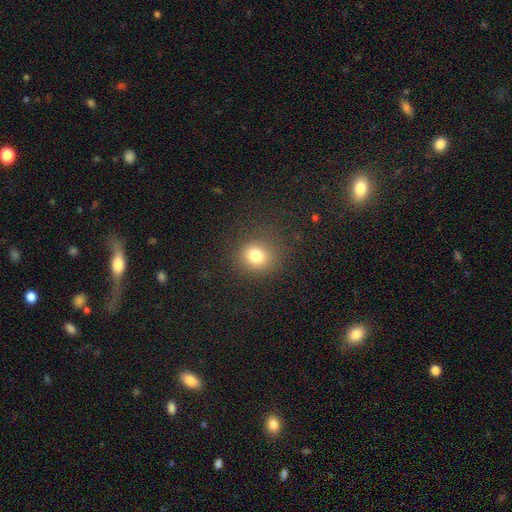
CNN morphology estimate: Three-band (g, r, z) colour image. It shows a smooth galaxy with no disk features (79%) that is round (83%). Merging: none (85%).